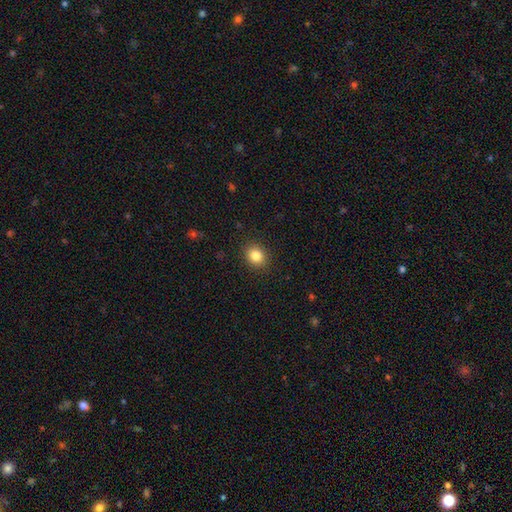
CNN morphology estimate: This is clearly a smooth galaxy (84%). How rounded: likely round (71%). Merging: clearly none (90%).